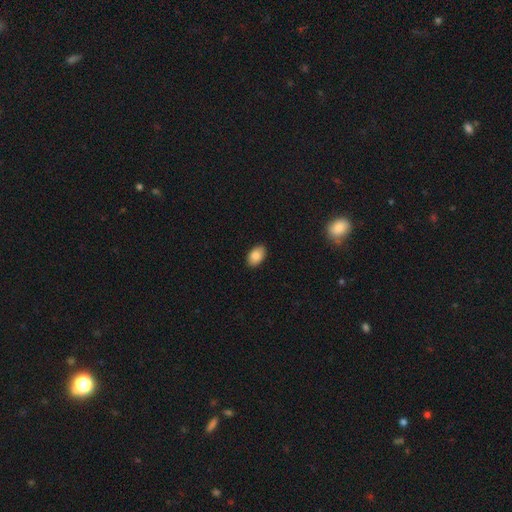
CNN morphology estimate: type=smooth (85%); roundness=in between (91%); merging=none (89%).